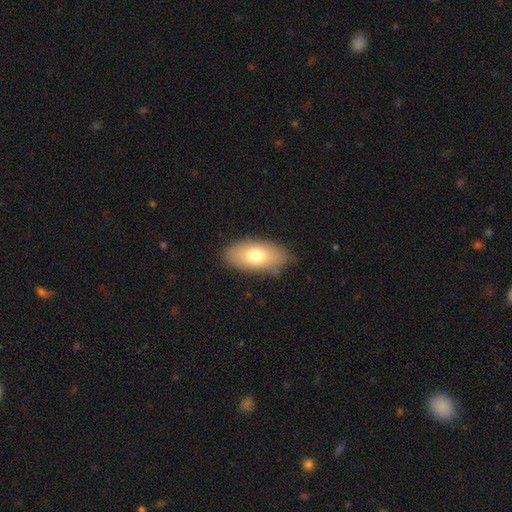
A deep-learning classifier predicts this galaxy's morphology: This is likely a smooth galaxy (73%). How rounded: clearly in between (91%). Merging: clearly none (82%).